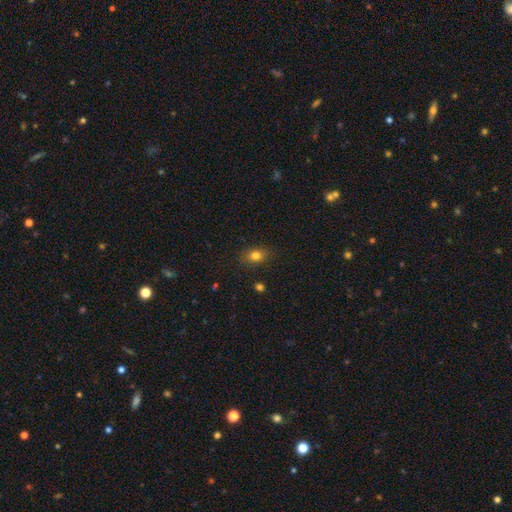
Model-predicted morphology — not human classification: Overall: smooth (80%). How rounded: in between (62%; round 37%). Merging: none (84%).